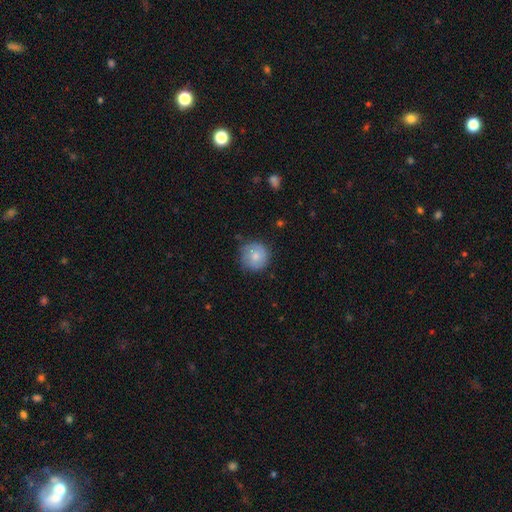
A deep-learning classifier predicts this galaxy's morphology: Smooth or featured? smooth (76%)
How rounded? round (93%)
Merging? none (73%)